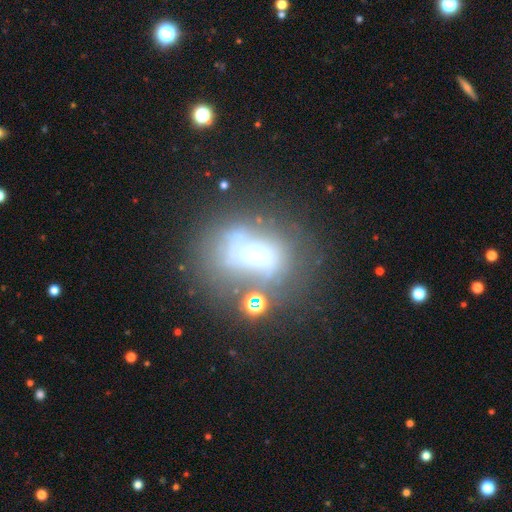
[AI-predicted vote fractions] This appears to be a featured or disk galaxy (45%). Merging: none (39%).